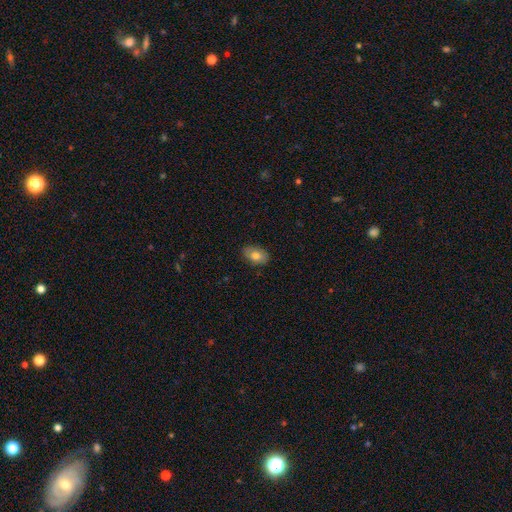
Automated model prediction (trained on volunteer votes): A smooth galaxy with no disk features (78%) that is in between round and cigar-shaped (90%). Merging: none (86%).